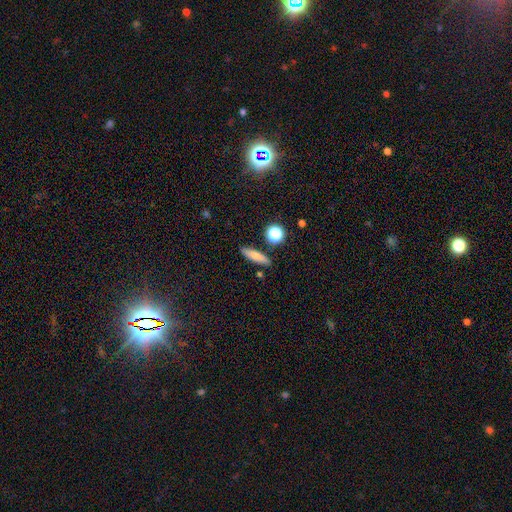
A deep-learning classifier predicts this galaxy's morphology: Smooth or featured? smooth (73%)
How rounded? cigar-shaped (72%)
Merging? none (84%)